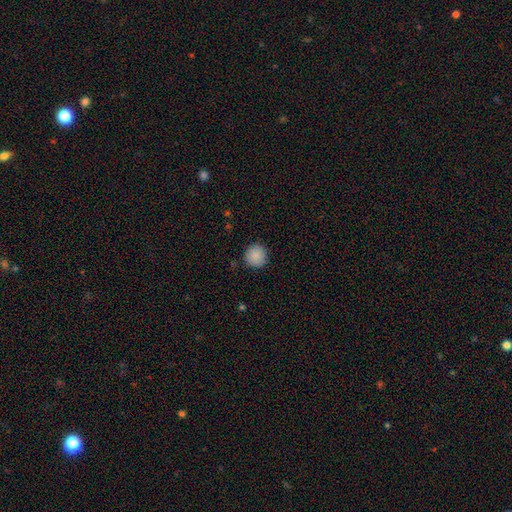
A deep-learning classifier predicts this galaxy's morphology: A smooth galaxy with no disk features (88%) that is round (93%). Merging: none (89%).